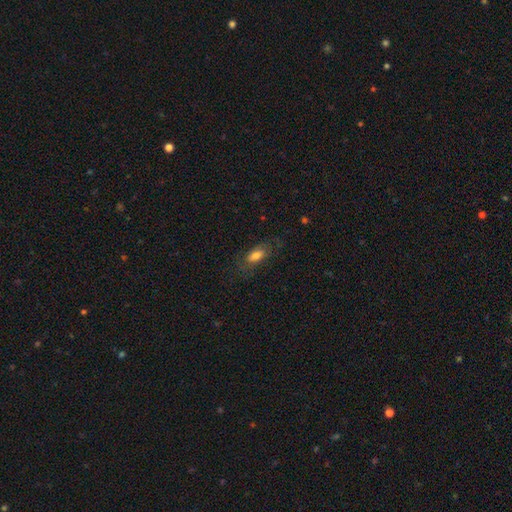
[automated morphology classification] The model was most divided on "merging": none: 70%, minor disturbance: 19%, major disturbance: 10%, merger: 1%. More confident: how rounded — in between (79%); smooth or featured — smooth (72%).